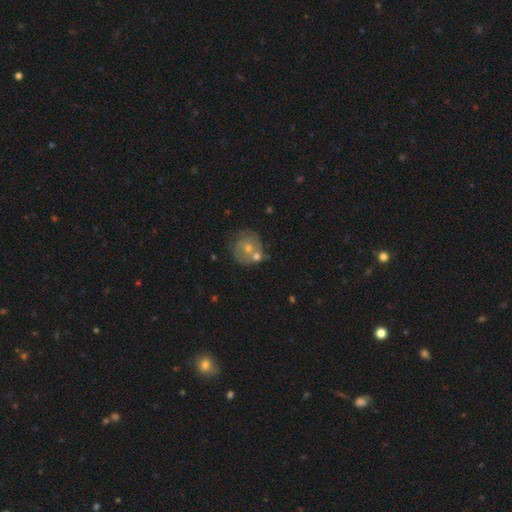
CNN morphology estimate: Overall: featured or disk (57%; smooth 33%). Edge-on disk: no (97%). Bar: no (76%). Spiral arms: yes (66%; no 34%). Bulge size: moderate (49%; small 44%). Merging: none (53%; merger 20%).